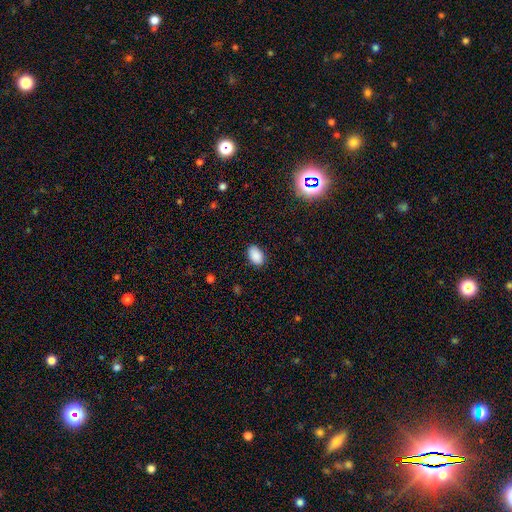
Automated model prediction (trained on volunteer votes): This appears to be a smooth galaxy with no disk features (88%) that is in between round and cigar-shaped (92%). Merging: none (84%).